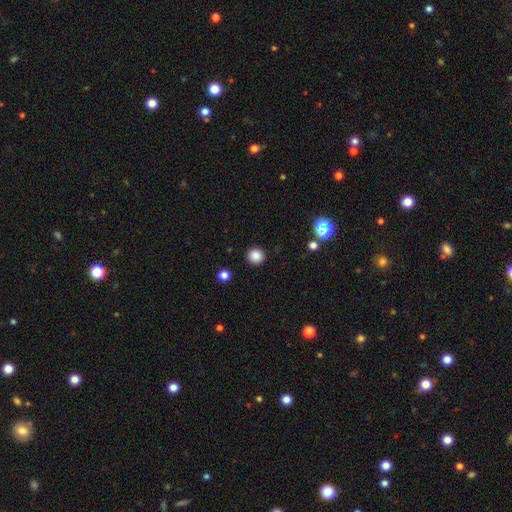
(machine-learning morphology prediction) Smooth or featured? Predicted: smooth (p=0.85). How rounded? Predicted: round (p=0.95). Merging? Predicted: none (p=0.92).